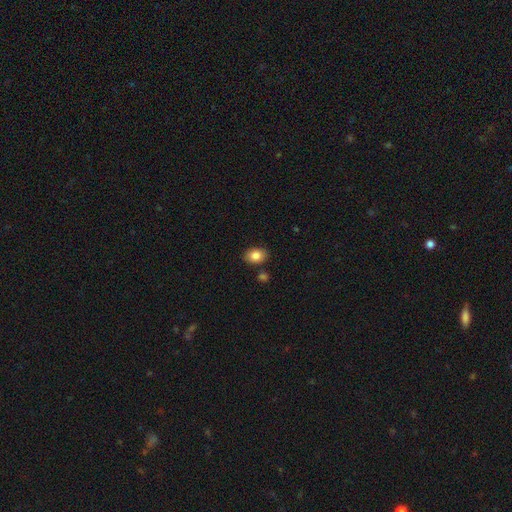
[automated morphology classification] Smooth or featured? Predicted: smooth (p=0.85). How rounded? Predicted: in between (p=0.74). Merging? Predicted: none (p=0.84).